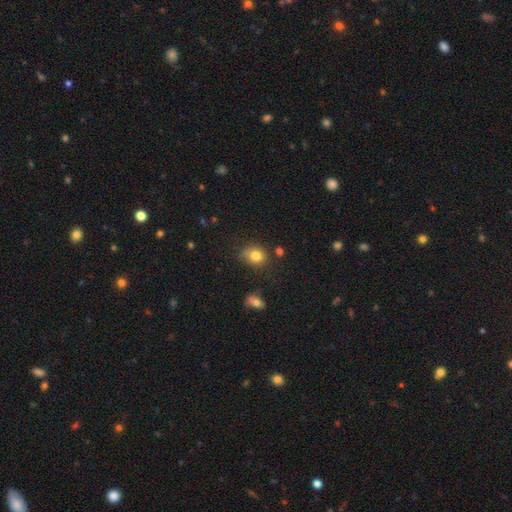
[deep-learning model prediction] This appears to be a smooth galaxy with no disk features (80%) that is round (67%). Merging: none (63%).